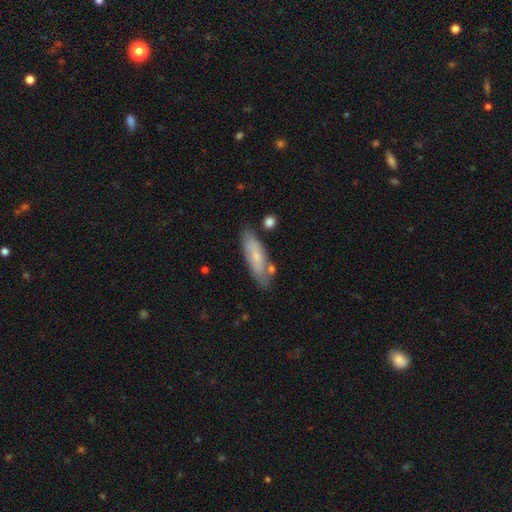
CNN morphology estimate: smooth-or-featured: smooth: 65% | featured or disk: 29% | star or artifact: 6%
  how-rounded: cigar-shaped: 52% | in between: 46% | round: 2%
  merging: none: 73% | minor disturbance: 17% | merger: 6% | major disturbance: 4%